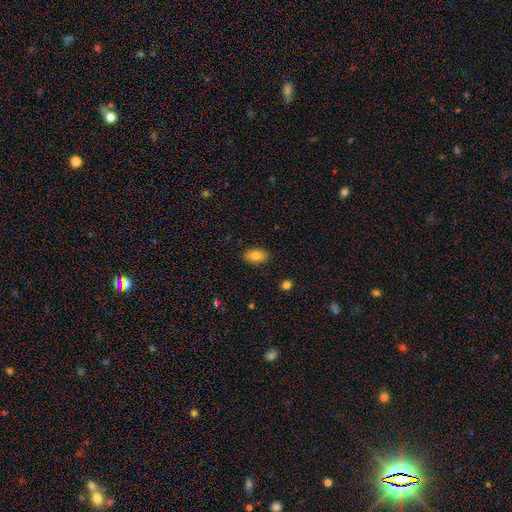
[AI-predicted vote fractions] Smooth or featured?
  - smooth: 82% *
  - featured or disk: 10%
  - star or artifact: 8%
How rounded?
  - in between: 90% *
  - round: 7%
  - cigar-shaped: 3%
Merging?
  - none: 87% *
  - minor disturbance: 10%
  - major disturbance: 2%
  - merger: 1%